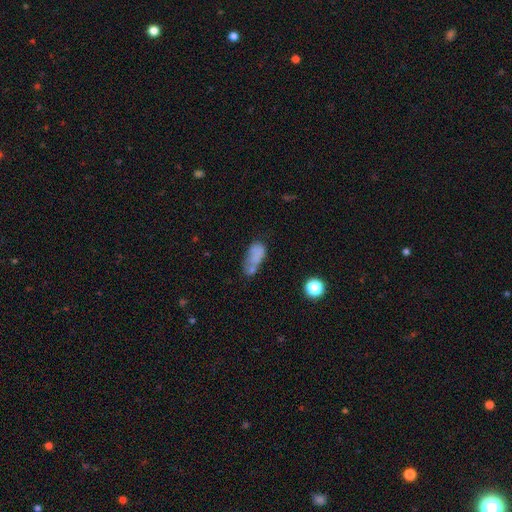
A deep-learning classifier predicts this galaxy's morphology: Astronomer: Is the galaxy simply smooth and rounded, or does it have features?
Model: smooth — 64%.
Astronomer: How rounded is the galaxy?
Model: in between — 83%.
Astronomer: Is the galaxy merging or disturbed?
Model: none — 32% (runner-up: merger, 26%).